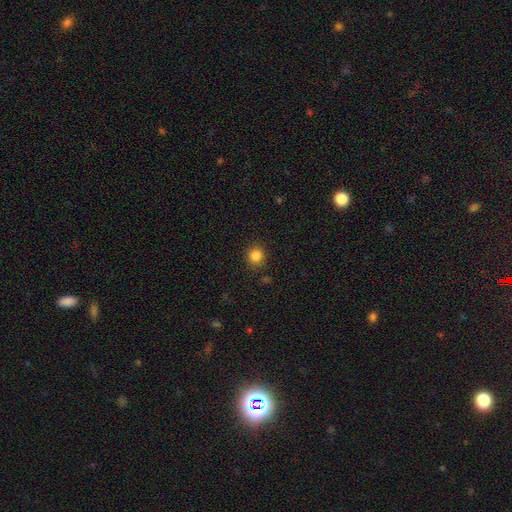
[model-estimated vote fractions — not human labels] This appears to be a smooth galaxy with no disk features (85%) that is round (89%). Merging: none (89%).